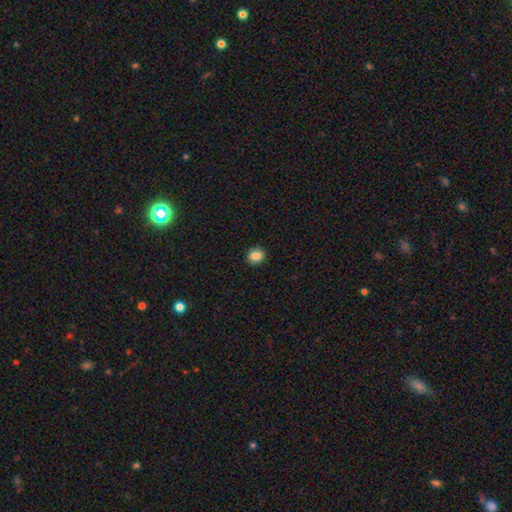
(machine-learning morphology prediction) Overall: smooth (85%). How rounded: round (77%). Merging: none (92%).